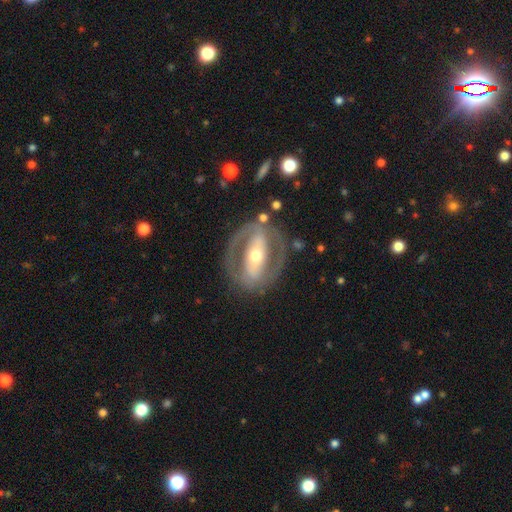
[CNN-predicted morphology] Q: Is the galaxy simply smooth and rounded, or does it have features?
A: featured or disk — 79%.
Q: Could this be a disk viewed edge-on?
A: no — 91%.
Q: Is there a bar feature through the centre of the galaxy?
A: strong — 61%.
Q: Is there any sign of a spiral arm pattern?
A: yes — 52%.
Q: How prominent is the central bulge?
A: moderate — 56%.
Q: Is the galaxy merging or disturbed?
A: none — 76%.